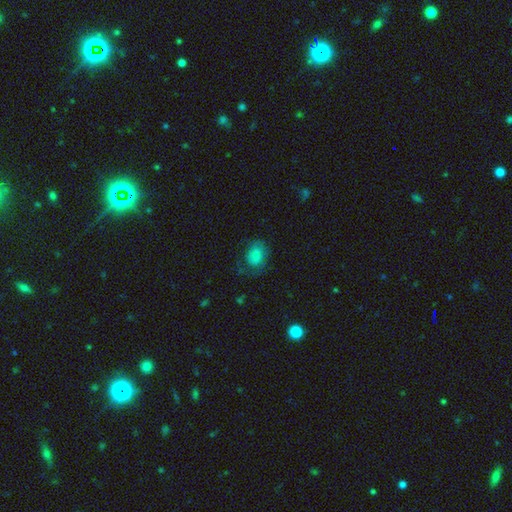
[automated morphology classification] A smooth galaxy with no disk features (74%) that is in between round and cigar-shaped (63%). Merging: none (51%).